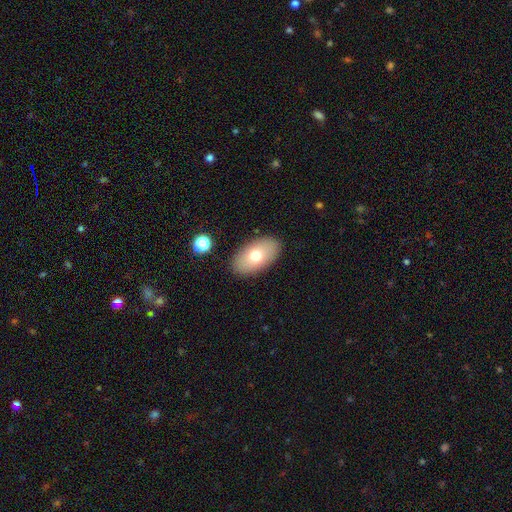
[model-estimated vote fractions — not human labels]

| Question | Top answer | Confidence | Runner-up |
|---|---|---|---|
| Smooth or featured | smooth | 71% | featured or disk (21%) |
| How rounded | in between | 94% | round (5%) |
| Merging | none | 88% | minor disturbance (8%) |